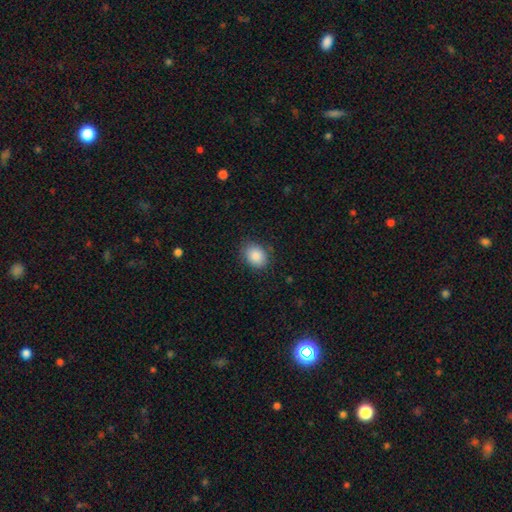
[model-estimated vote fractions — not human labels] smooth 88%, star or artifact 8%, featured or disk 4%. Down the decision tree: how rounded — in between (55%); merging — none (82%).